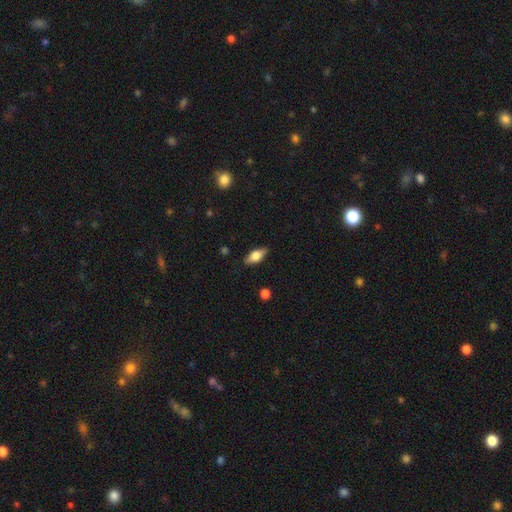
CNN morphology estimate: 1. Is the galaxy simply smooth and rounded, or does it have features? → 58% smooth, 35% featured or disk, 7% star or artifact.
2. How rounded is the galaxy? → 77% in between, 19% cigar-shaped, 4% round.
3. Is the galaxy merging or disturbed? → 85% none, 11% minor disturbance, 2% major disturbance, 1% merger.